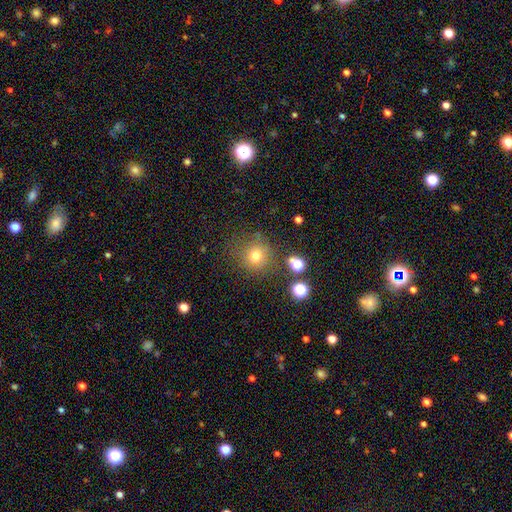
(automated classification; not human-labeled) This appears to be a smooth galaxy with no disk features (73%) that is round (91%). Merging: none (77%).